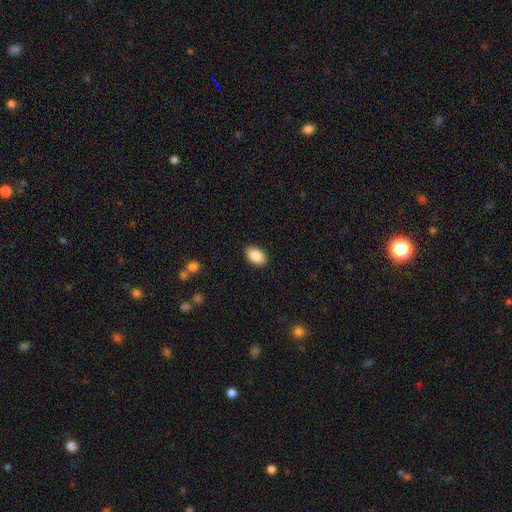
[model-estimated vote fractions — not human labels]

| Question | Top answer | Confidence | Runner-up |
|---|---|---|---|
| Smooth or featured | smooth | 88% | star or artifact (7%) |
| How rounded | in between | 91% | round (8%) |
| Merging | none | 88% | minor disturbance (9%) |